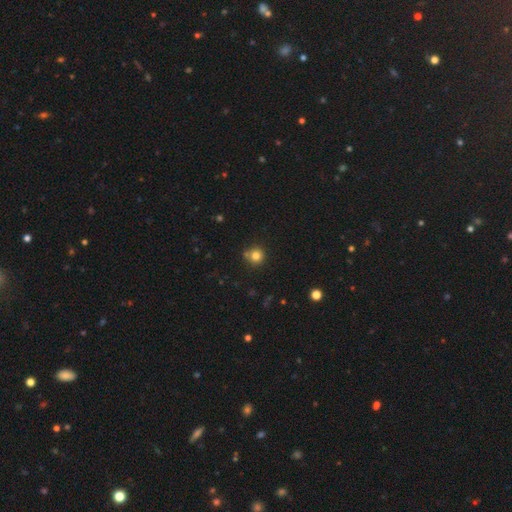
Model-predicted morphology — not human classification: smooth_or_featured: smooth (p=0.81) [alt: star or artifact p=0.13]
how_rounded: round (p=0.93) [alt: in between p=0.06]
merging: none (p=0.77) [alt: merger p=0.11]